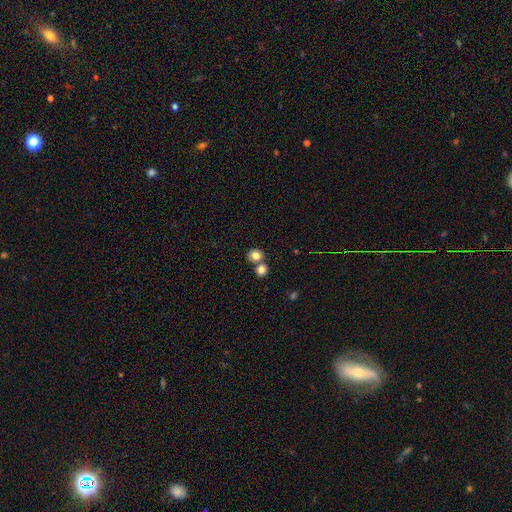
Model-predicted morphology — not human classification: This is clearly a smooth galaxy (82%). How rounded: clearly round (80%). Merging: possibly none (54%).